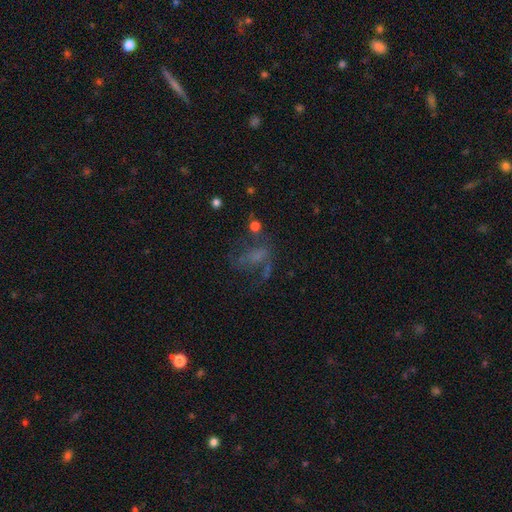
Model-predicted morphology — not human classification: smooth-or-featured: featured or disk: 48% | smooth: 28% | star or artifact: 24%
  merging: major disturbance: 40% | none: 36% | minor disturbance: 16% | merger: 8%